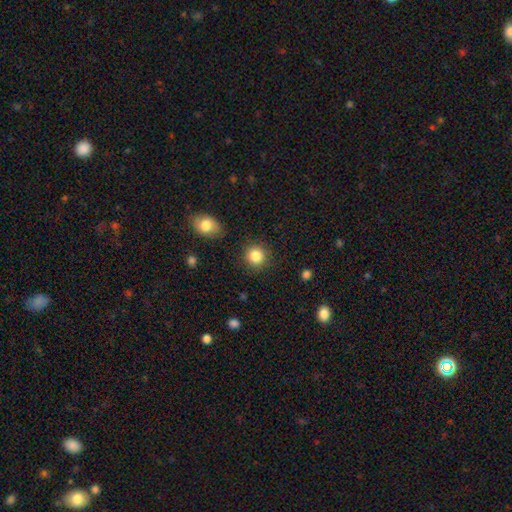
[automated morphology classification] This is clearly a smooth galaxy (85%). How rounded: clearly round (91%). Merging: clearly none (88%).